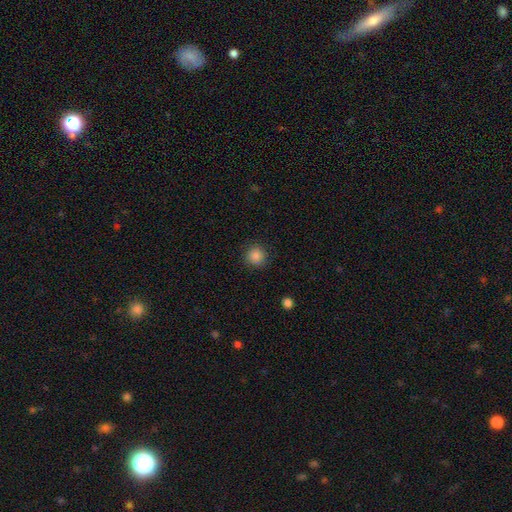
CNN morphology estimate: Q: Smooth or featured?
A: smooth (85%); runner-up: star or artifact (11%)
Q: How rounded?
A: round (94%); runner-up: in between (5%)
Q: Merging?
A: none (90%); runner-up: minor disturbance (6%)